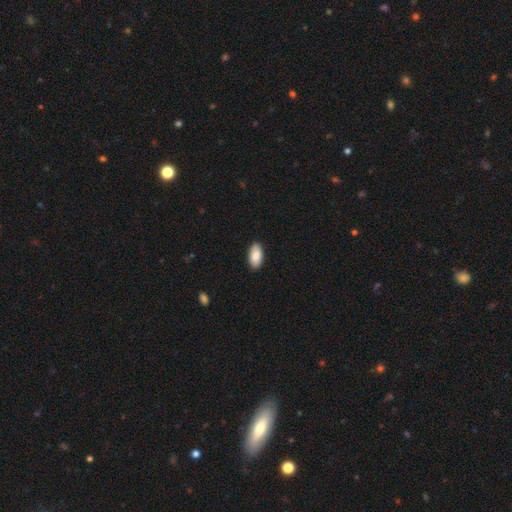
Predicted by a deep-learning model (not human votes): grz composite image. It shows a smooth galaxy with no disk features (87%) that is in between round and cigar-shaped (94%). Merging: none (89%).